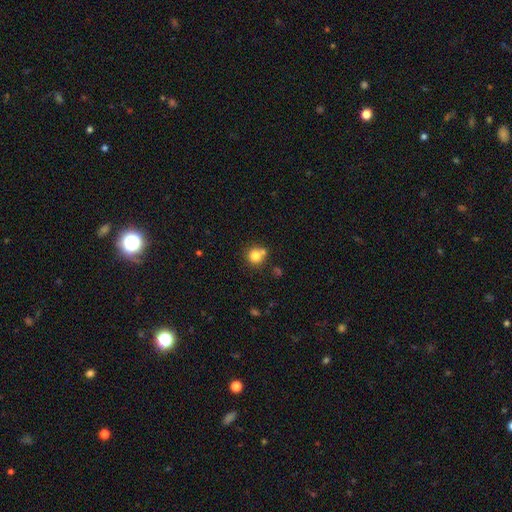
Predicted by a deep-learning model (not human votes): smooth-or-featured: smooth: 80% | star or artifact: 11% | featured or disk: 9%
  how-rounded: round: 91% | in between: 8% | cigar-shaped: 1%
  merging: none: 64% | merger: 24% | minor disturbance: 9% | major disturbance: 3%